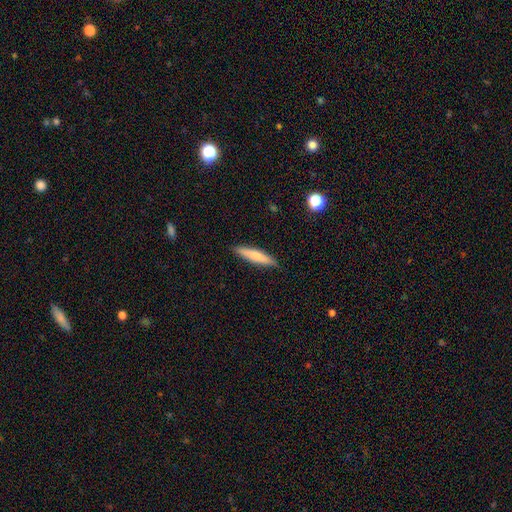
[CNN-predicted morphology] smooth_or_featured: smooth (p=0.70) [alt: featured or disk p=0.25]
how_rounded: cigar-shaped (p=0.88) [alt: in between p=0.11]
merging: none (p=0.89) [alt: minor disturbance p=0.08]